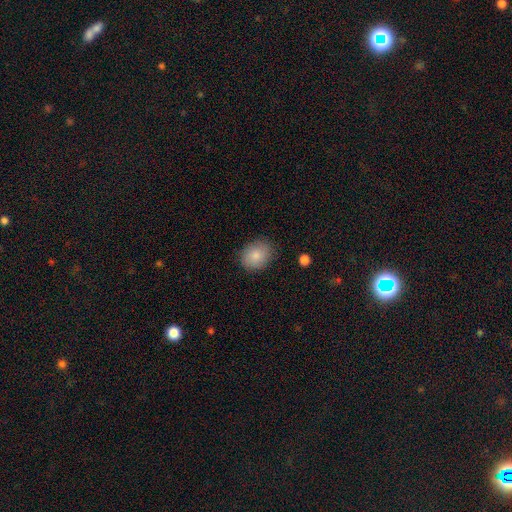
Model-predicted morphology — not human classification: smooth 84%, featured or disk 8%, star or artifact 7%. Down the decision tree: how rounded — in between (52%); merging — none (83%).